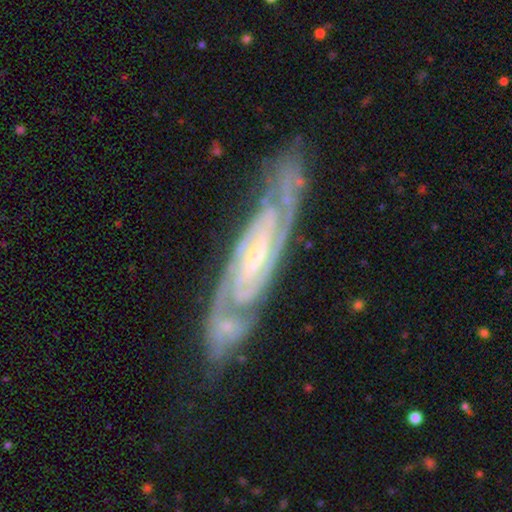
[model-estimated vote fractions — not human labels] Q: Smooth or featured?
A: featured or disk (89%); runner-up: star or artifact (6%)
Q: Edge-on disk?
A: no (83%); runner-up: yes (17%)
Q: Bar?
A: weak (39%); runner-up: no (38%)
Q: Spiral arms?
A: yes (97%); runner-up: no (3%)
Q: Spiral winding?
A: tight (66%); runner-up: medium (29%)
Q: Spiral arm count?
A: 2 (56%); runner-up: can't tell (17%)
Q: Bulge size?
A: small (73%); runner-up: moderate (22%)
Q: Merging?
A: none (74%); runner-up: minor disturbance (16%)